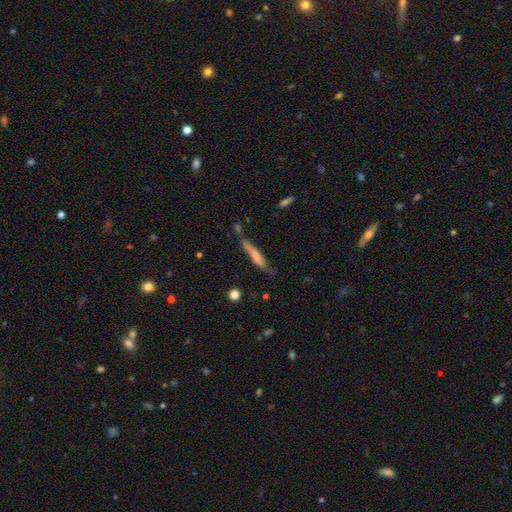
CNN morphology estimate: This appears to be a smooth galaxy with no disk features (65%) that is cigar-shaped (89%). Merging: none (52%).